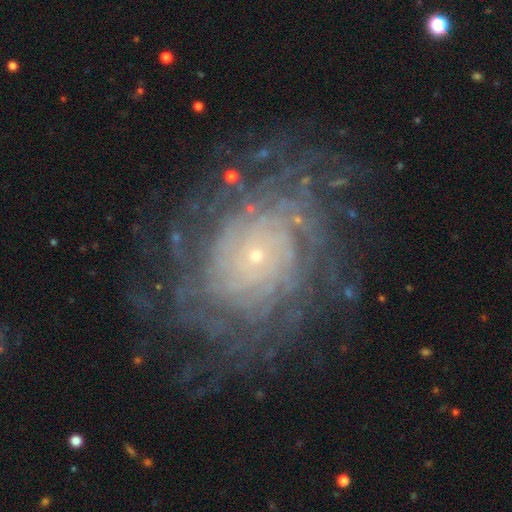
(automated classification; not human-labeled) This is clearly a featured or disk galaxy (84%). It is clearly not viewed edge-on (97%). Bar: clearly no (83%). Spiral arm pattern: clearly yes (95%). Spiral arm count: marginally more than 4 (34%). Spiral winding: clearly tight (80%). Central bulge: clearly small (88%). Merging: likely none (80%).